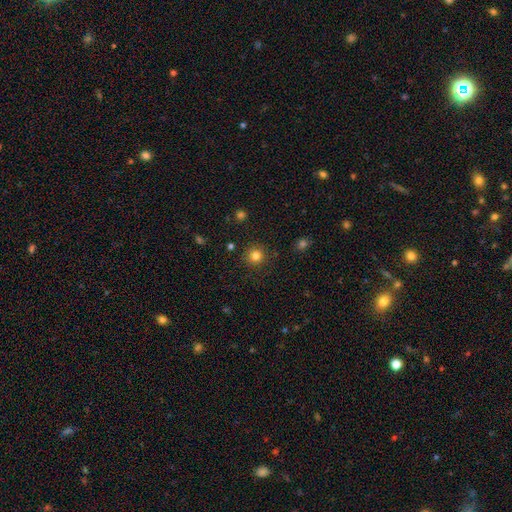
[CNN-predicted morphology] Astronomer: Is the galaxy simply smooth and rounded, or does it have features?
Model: smooth — 81%.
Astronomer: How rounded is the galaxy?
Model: round — 93%.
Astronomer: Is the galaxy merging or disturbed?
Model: none — 89%.